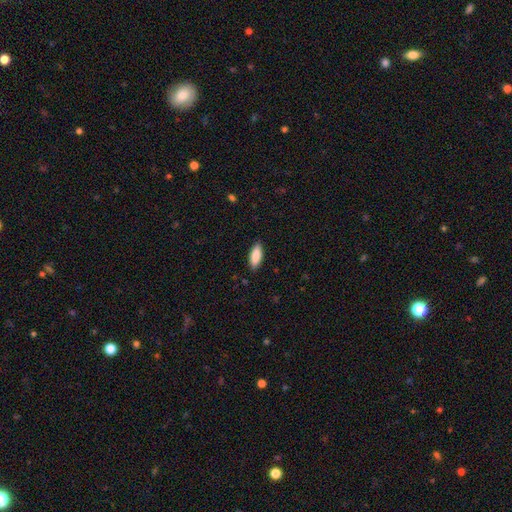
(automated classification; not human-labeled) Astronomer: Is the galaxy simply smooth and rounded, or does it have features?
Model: smooth — 87%.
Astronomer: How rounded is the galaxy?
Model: in between — 72%.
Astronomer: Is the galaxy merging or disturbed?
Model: none — 88%.